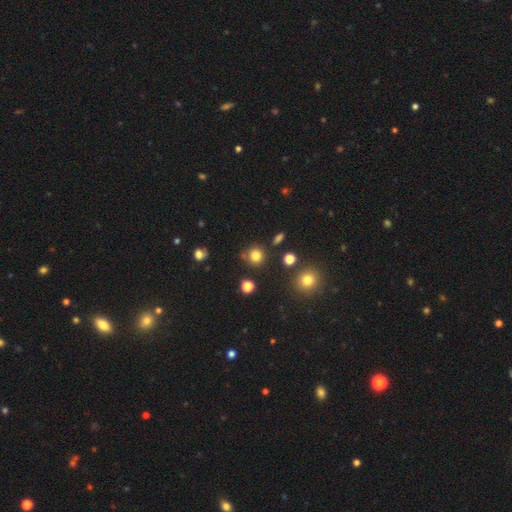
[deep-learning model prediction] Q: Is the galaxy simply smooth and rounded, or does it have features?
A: smooth — 79%.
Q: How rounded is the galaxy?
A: round — 91%.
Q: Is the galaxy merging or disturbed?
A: none — 82%.